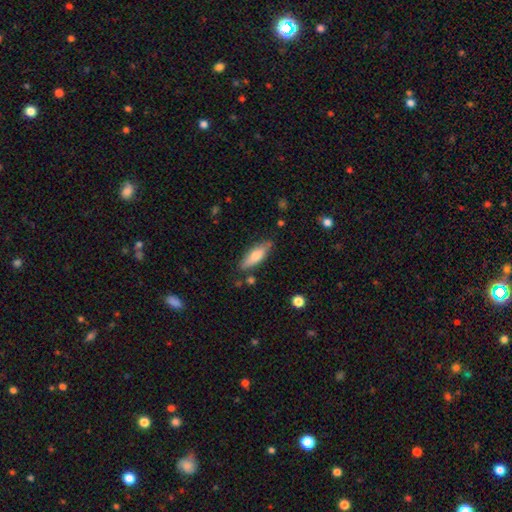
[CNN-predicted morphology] This appears to be a smooth galaxy with no disk features (68%) that is in between round and cigar-shaped (52%). Merging: none (79%).